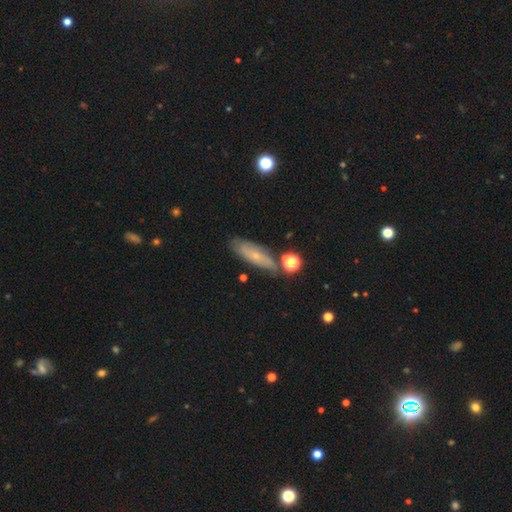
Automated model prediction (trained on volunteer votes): Morphology: type=smooth (47%); merging=none (72%).